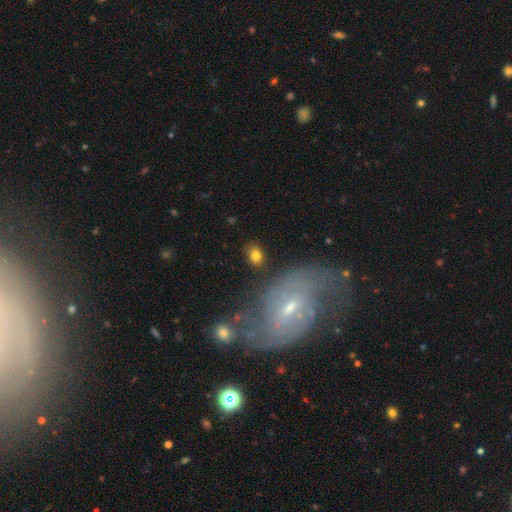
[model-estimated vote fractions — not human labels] This appears to be a smooth galaxy with no disk features (79%) that is in between round and cigar-shaped (69%). Merging: none (81%).